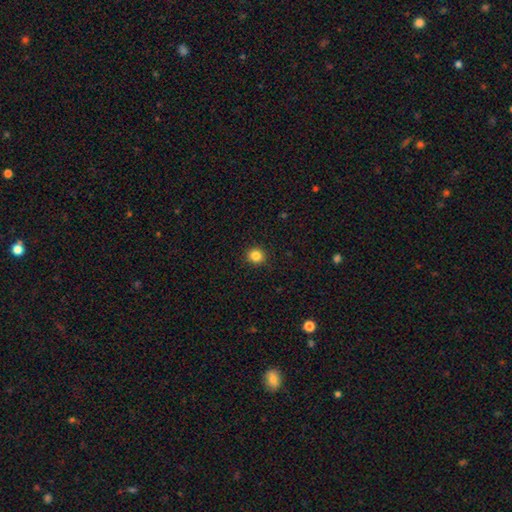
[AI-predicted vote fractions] This appears to be a smooth galaxy with no disk features (85%) that is round (89%). Merging: none (91%).